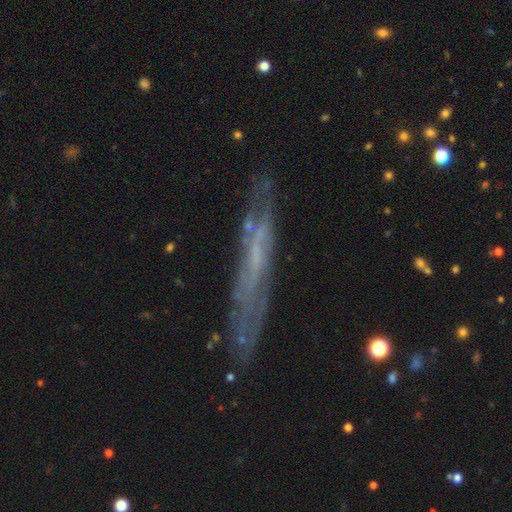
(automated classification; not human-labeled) smooth-or-featured: featured or disk: 60% | smooth: 29% | star or artifact: 11%
  disk-edge-on: yes: 71% | no: 29%
  merging: none: 76% | minor disturbance: 16% | major disturbance: 5% | merger: 2%